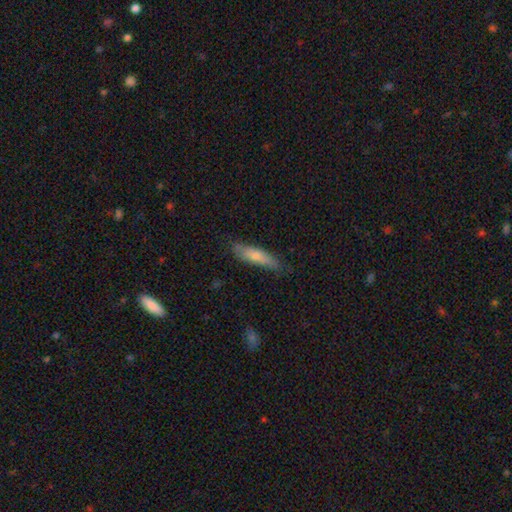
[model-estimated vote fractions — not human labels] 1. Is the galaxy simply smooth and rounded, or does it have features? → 66% smooth, 27% featured or disk, 6% star or artifact.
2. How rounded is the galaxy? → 72% cigar-shaped, 26% in between, 2% round.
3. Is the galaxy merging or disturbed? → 75% none, 20% minor disturbance, 3% major disturbance, 1% merger.